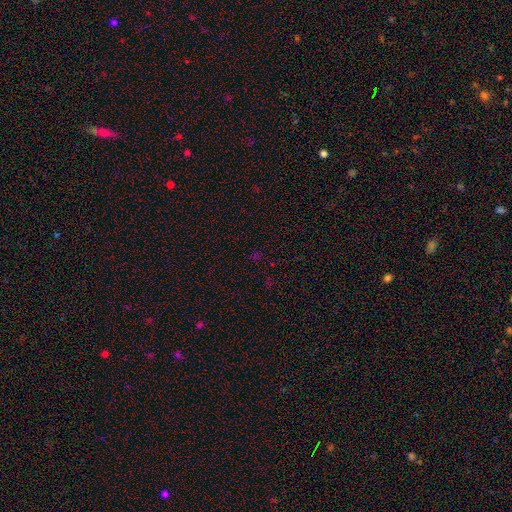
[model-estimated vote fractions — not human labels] Smooth or featured: star or artifact — 64% (smooth — 28%)